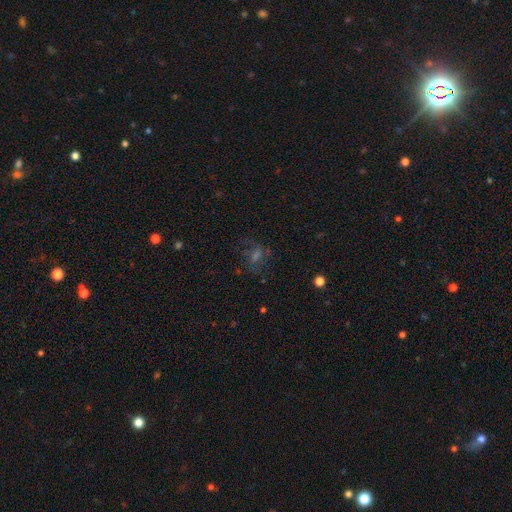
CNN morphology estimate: Smooth or featured? Predicted: featured or disk (p=0.37). Merging? Predicted: none (p=0.64).